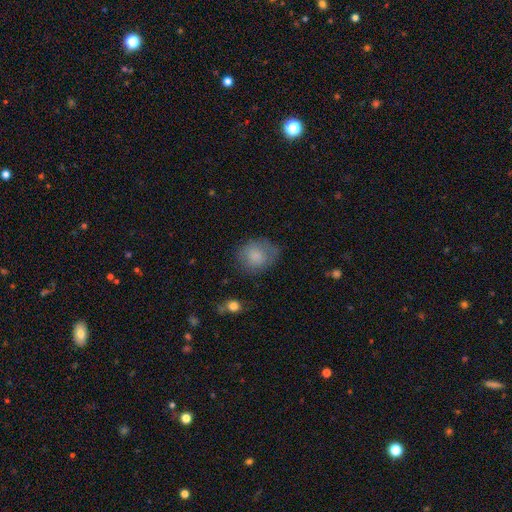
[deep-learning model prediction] The model was most divided on "how rounded": round: 65%, in between: 34%, cigar-shaped: 1%. More confident: smooth or featured — smooth (80%); merging — none (62%).